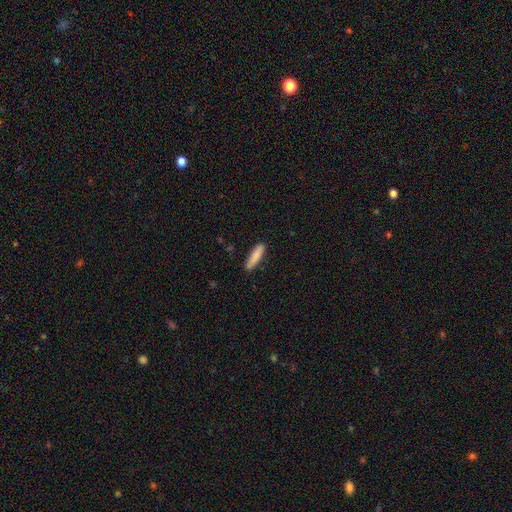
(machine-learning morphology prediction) This appears to be a smooth galaxy with no disk features (85%) that is cigar-shaped (79%). Merging: none (84%).